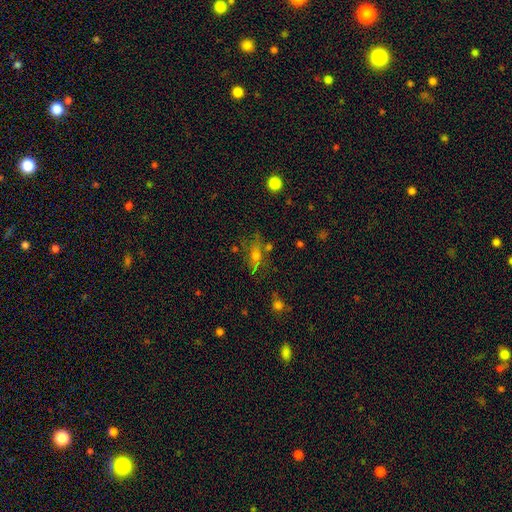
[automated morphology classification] smooth 39%, featured or disk 36%, star or artifact 25%. Down the decision tree: merging — none (65%).